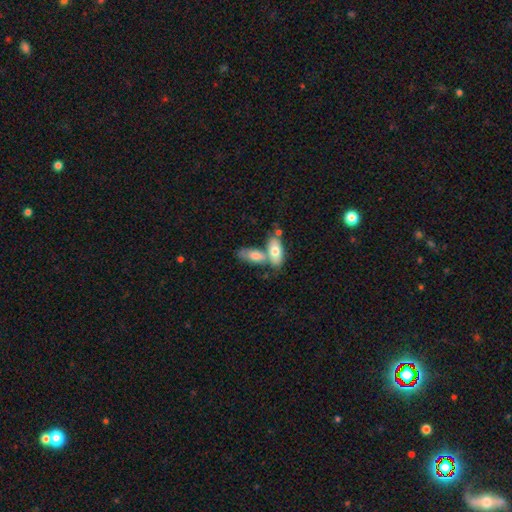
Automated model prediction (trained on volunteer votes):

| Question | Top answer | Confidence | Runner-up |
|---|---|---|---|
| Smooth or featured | smooth | 72% | featured or disk (22%) |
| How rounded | in between | 83% | cigar-shaped (14%) |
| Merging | merger | 55% | none (31%) |